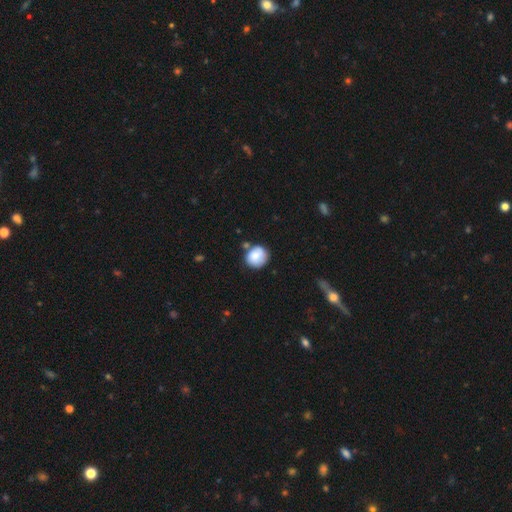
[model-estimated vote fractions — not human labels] smooth 82%, featured or disk 10%, star or artifact 8%. Down the decision tree: how rounded — round (85%); merging — none (66%).